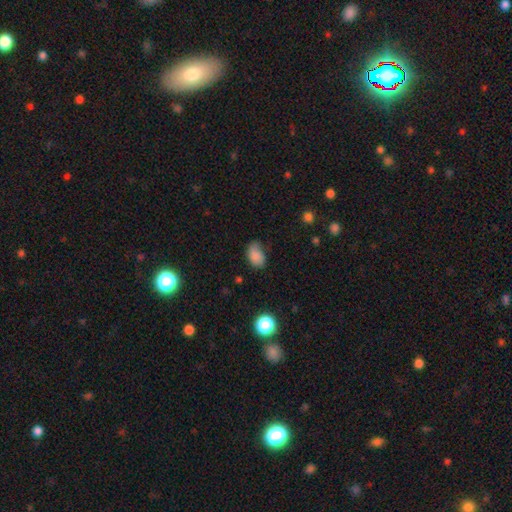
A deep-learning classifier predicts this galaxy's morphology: The model was most divided on "merging": none: 56%, minor disturbance: 32%, major disturbance: 9%, merger: 2%. More confident: how rounded — in between (85%); smooth or featured — smooth (84%).